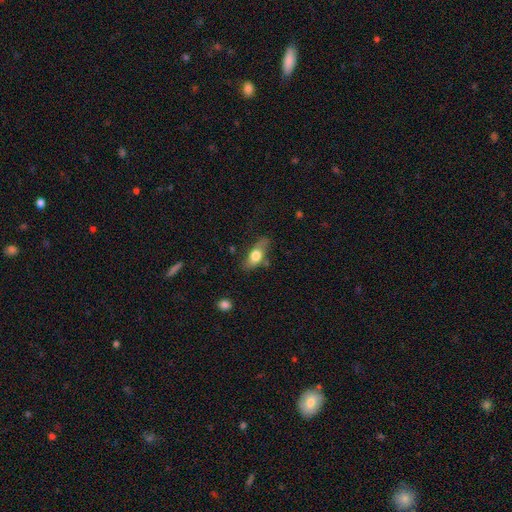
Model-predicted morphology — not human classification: Smooth or featured?
  - smooth: 65% *
  - featured or disk: 28%
  - star or artifact: 7%
How rounded?
  - in between: 75% *
  - cigar-shaped: 20%
  - round: 6%
Merging?
  - none: 69% *
  - minor disturbance: 22%
  - major disturbance: 6%
  - merger: 3%